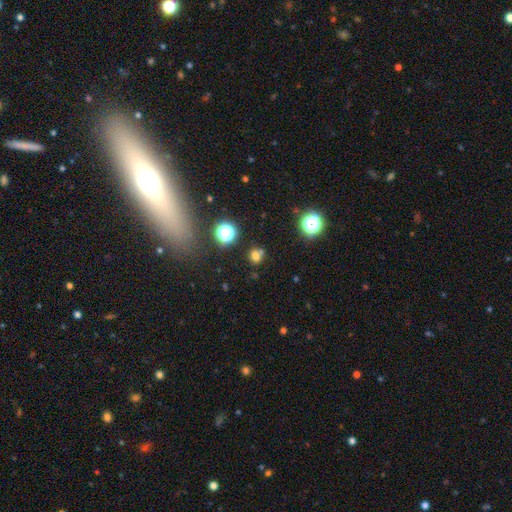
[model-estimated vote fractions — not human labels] This is likely a smooth galaxy (67%). How rounded: clearly round (83%). Merging: likely none (65%).